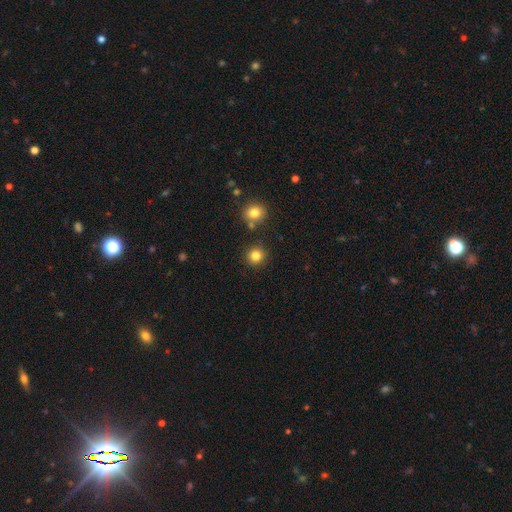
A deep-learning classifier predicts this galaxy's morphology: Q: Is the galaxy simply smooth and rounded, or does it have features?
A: smooth — 83%.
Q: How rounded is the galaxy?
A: round — 93%.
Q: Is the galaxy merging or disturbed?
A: none — 87%.